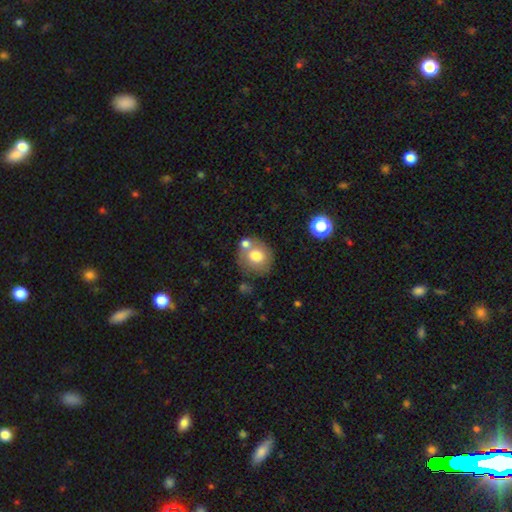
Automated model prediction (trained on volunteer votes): smooth 71%, featured or disk 21%, star or artifact 9%. Down the decision tree: how rounded — round (79%); merging — none (57%).